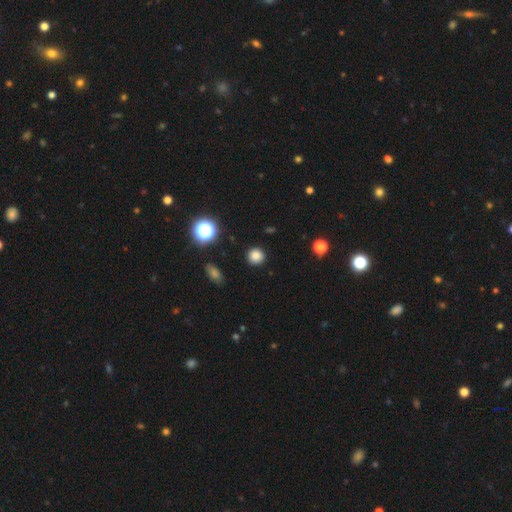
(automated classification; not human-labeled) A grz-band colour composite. It shows a smooth galaxy with no disk features (82%) that is round (92%). Merging: none (91%).